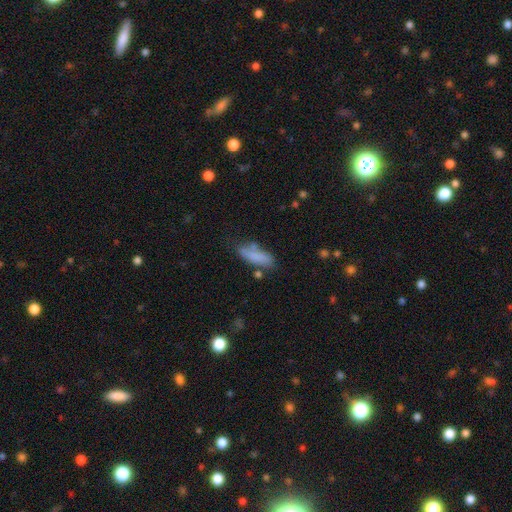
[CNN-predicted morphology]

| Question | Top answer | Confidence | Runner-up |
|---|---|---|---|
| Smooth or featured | smooth | 77% | featured or disk (14%) |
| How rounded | in between | 58% | cigar-shaped (39%) |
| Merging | none | 59% | minor disturbance (24%) |